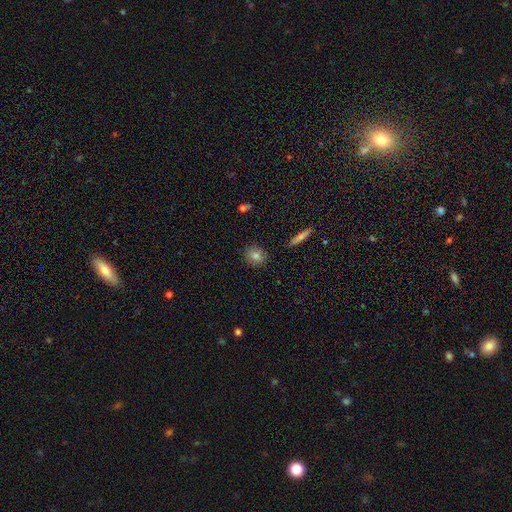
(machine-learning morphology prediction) Q: Smooth or featured?
A: smooth (79%); runner-up: featured or disk (11%)
Q: How rounded?
A: round (81%); runner-up: in between (17%)
Q: Merging?
A: none (88%); runner-up: minor disturbance (8%)